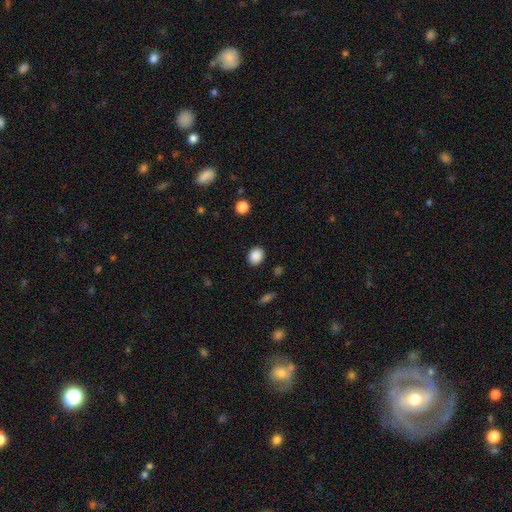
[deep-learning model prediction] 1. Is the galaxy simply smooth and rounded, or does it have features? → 88% smooth, 9% star or artifact, 3% featured or disk.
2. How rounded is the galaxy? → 53% round, 46% in between, 1% cigar-shaped.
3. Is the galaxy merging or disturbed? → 88% none, 8% minor disturbance, 2% major disturbance, 1% merger.